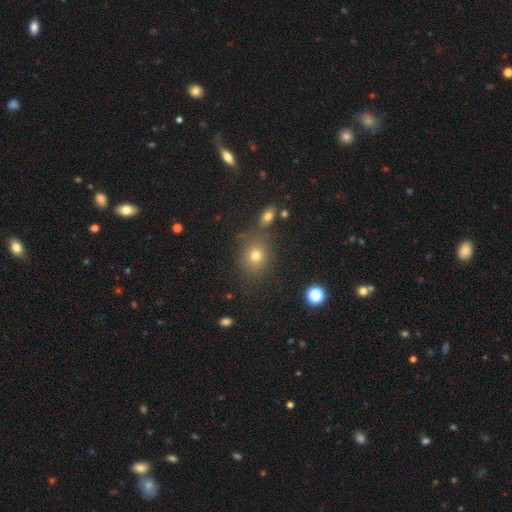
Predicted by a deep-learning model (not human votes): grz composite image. It shows a smooth galaxy with no disk features (72%) that is round (71%). Merging: none (76%).